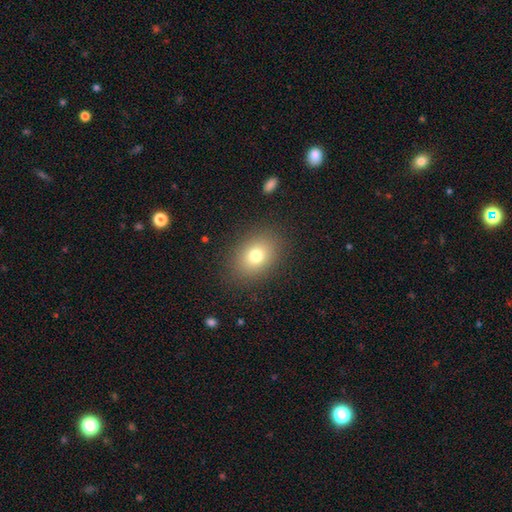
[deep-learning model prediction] Overall: smooth (76%). How rounded: in between (63%; round 36%). Merging: none (87%).